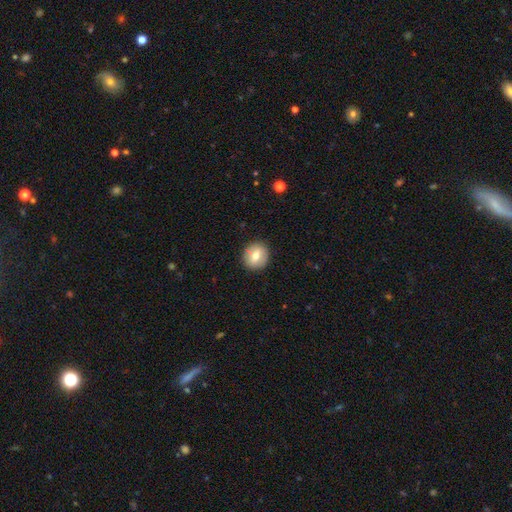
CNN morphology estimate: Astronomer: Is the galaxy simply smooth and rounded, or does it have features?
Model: smooth — 69%.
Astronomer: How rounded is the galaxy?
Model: round — 87%.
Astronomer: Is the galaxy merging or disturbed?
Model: none — 90%.